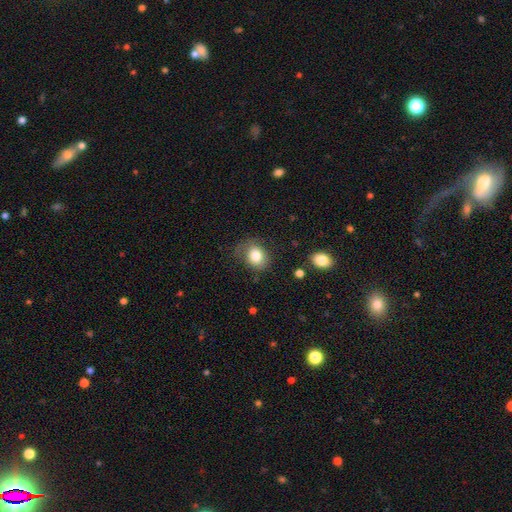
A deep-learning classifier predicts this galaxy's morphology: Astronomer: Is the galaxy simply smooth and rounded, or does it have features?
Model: smooth — 81%.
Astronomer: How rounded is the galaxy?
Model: round — 57% (runner-up: in between, 42%).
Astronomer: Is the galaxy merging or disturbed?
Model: none — 60%.